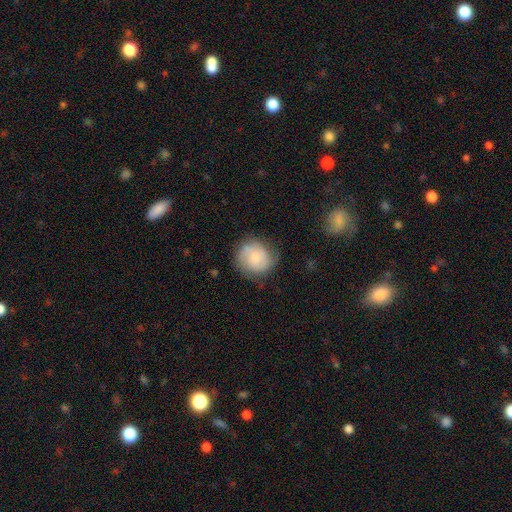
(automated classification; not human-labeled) Overall: smooth (63%; featured or disk 29%). How rounded: round (84%). Merging: none (72%).